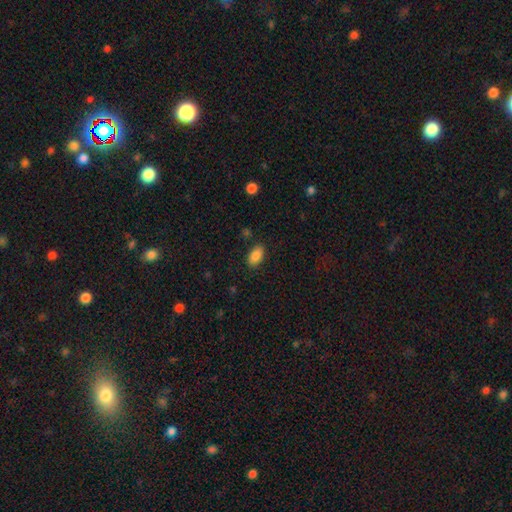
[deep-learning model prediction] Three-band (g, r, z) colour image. It shows a smooth galaxy with no disk features (87%) that is in between round and cigar-shaped (92%). Merging: none (85%).